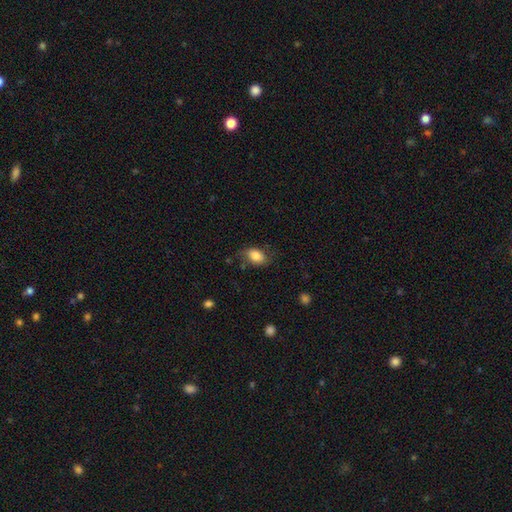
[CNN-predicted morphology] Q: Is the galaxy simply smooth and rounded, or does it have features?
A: smooth — 84%.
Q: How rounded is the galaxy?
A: in between — 82%.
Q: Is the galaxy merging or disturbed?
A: none — 68%.